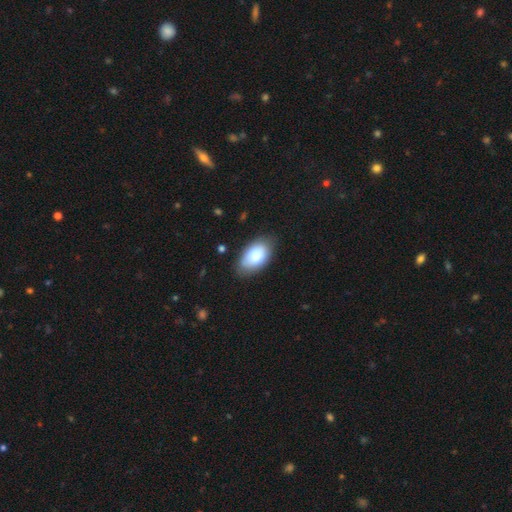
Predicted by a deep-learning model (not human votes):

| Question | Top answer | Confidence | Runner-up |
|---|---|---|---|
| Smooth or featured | smooth | 81% | featured or disk (13%) |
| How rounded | in between | 94% | round (5%) |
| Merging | none | 78% | minor disturbance (17%) |